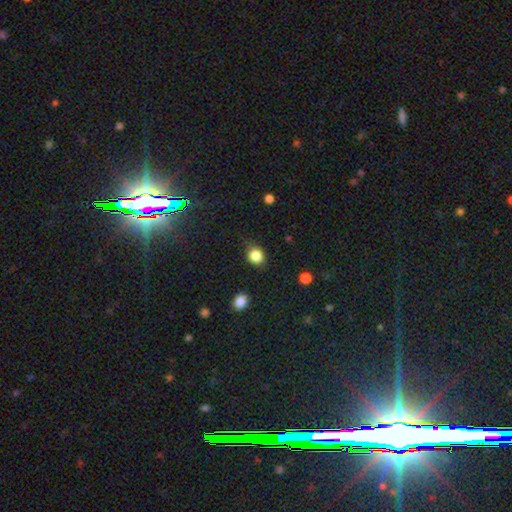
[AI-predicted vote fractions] Morphology: type=smooth (85%); roundness=round (72%); merging=none (73%).